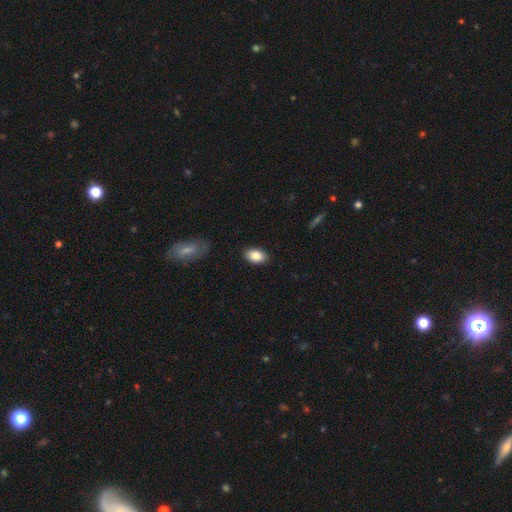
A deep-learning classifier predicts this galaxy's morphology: This appears to be a smooth galaxy with no disk features (86%) that is in between round and cigar-shaped (90%). Merging: none (87%).